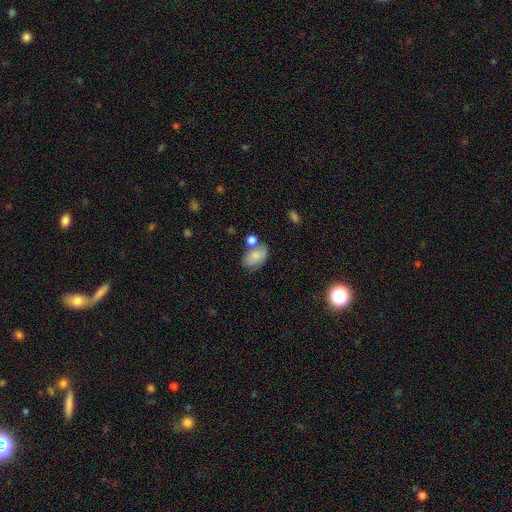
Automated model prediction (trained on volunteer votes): smooth-or-featured: smooth: 76% | featured or disk: 16% | star or artifact: 8%
  how-rounded: in between: 86% | round: 12% | cigar-shaped: 1%
  merging: none: 44% | merger: 26% | minor disturbance: 22% | major disturbance: 9%